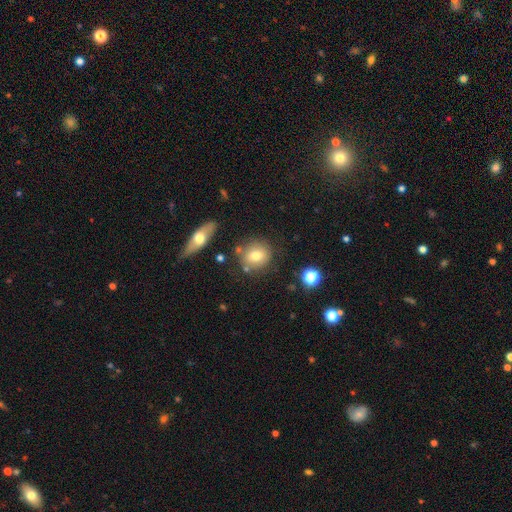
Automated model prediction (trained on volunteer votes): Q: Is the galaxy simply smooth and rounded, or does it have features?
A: smooth — 74%.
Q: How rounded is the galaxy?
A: round — 79%.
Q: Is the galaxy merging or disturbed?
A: none — 77%.